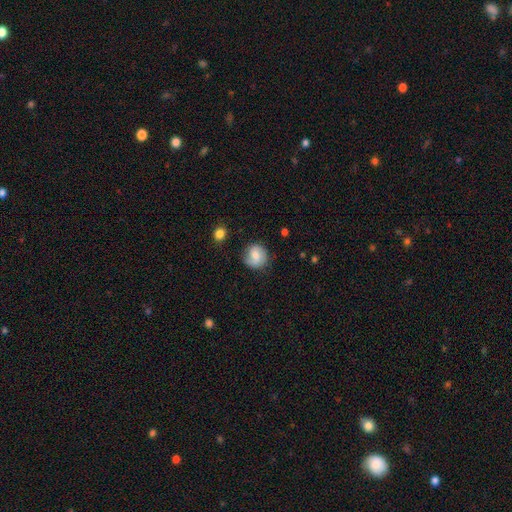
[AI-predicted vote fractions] A smooth galaxy with no disk features (55%) that is round (86%).

Vote fractions:
- Smooth or featured? smooth: 55% / featured or disk: 37% / star or artifact: 8%
- How rounded? round: 86% / in between: 13% / cigar-shaped: 1%
- Merging? none: 75% / minor disturbance: 18% / major disturbance: 5% / merger: 2%